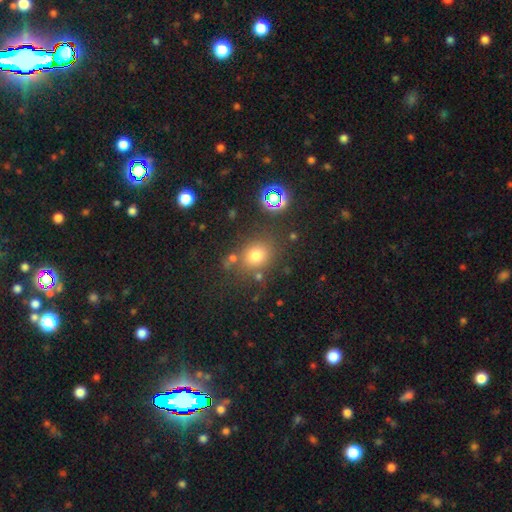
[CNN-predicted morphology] Q: Smooth or featured?
A: smooth (71%); runner-up: star or artifact (20%)
Q: How rounded?
A: round (68%); runner-up: in between (31%)
Q: Merging?
A: none (74%); runner-up: minor disturbance (12%)